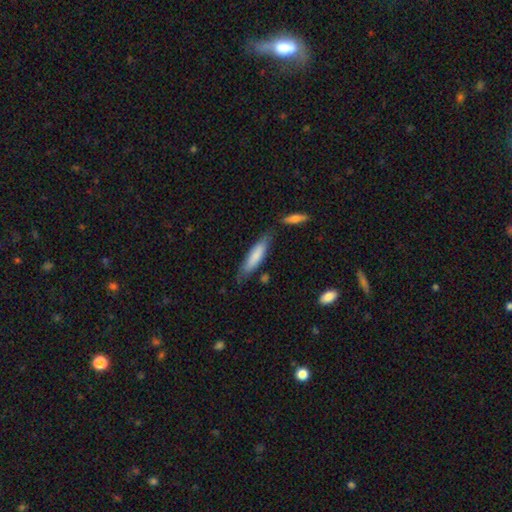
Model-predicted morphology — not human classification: The model was most divided on "how rounded": cigar-shaped: 74%, in between: 25%, round: 1%. More confident: smooth or featured — smooth (78%); merging — none (72%).